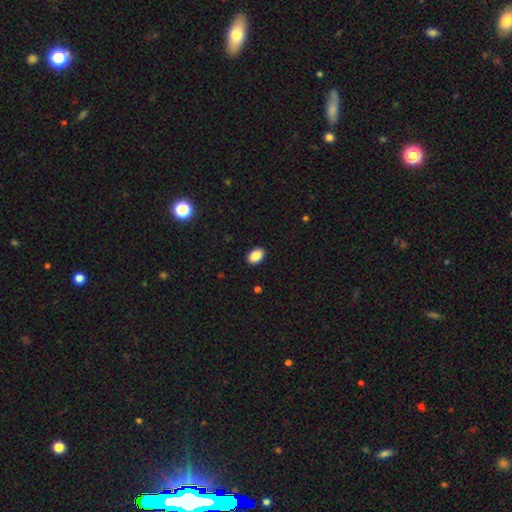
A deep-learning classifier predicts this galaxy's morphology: Overall: smooth (89%). How rounded: in between (85%). Merging: none (91%).